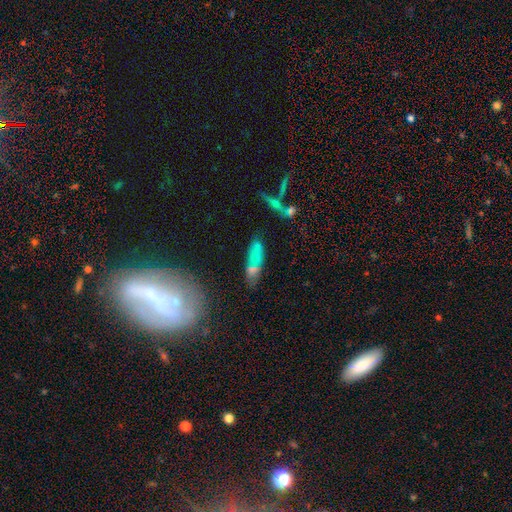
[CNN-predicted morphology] Smooth or featured? smooth (62%)
How rounded? in between (60%)
Merging? none (57%)